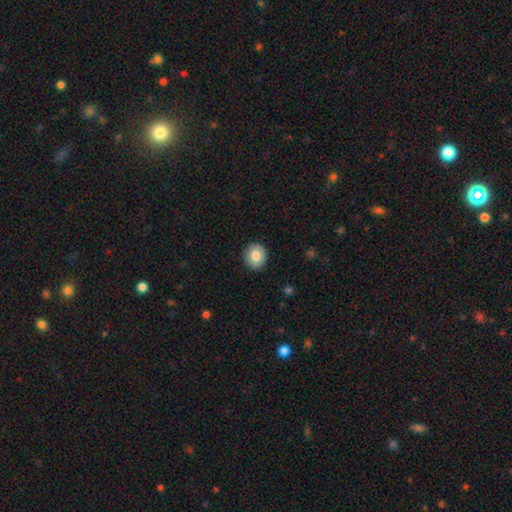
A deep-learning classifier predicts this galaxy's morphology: Q: Smooth or featured?
A: smooth (81%); runner-up: featured or disk (11%)
Q: How rounded?
A: round (85%); runner-up: in between (14%)
Q: Merging?
A: none (92%); runner-up: minor disturbance (6%)